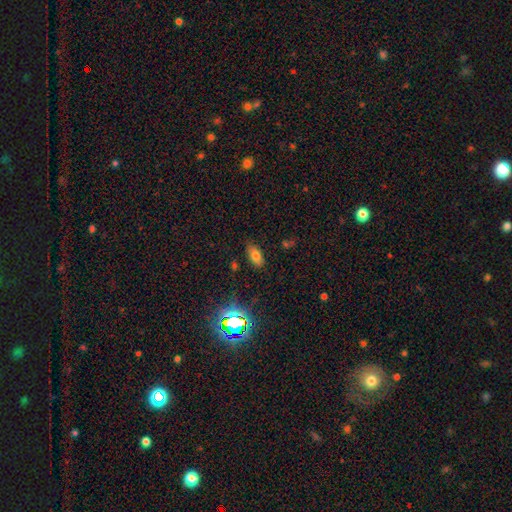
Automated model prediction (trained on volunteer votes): Smooth or featured? Predicted: smooth (p=0.68). How rounded? Predicted: in between (p=0.89). Merging? Predicted: none (p=0.83).